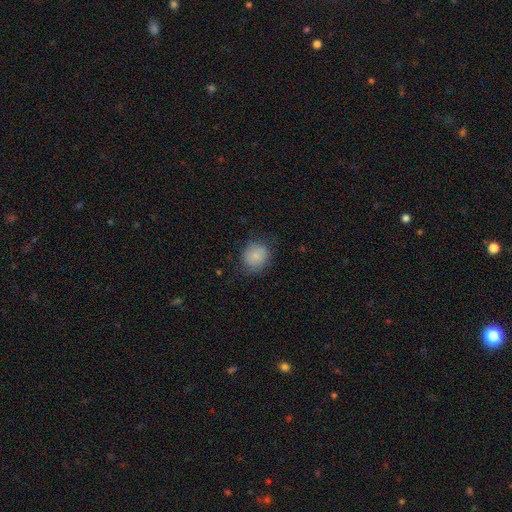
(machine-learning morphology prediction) smooth 84%, star or artifact 8%, featured or disk 8%. Down the decision tree: how rounded — round (80%); merging — none (76%).